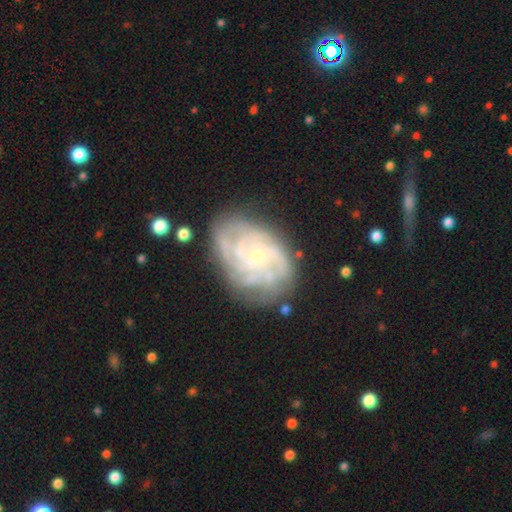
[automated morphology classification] Smooth or featured? featured or disk (83%)
Edge-on disk? no (97%)
Bar? no (71%)
Spiral arms? yes (95%)
Spiral winding? tight (64%)
Spiral arm count? can't tell (31%)
Bulge size? small (75%)
Merging? none (72%)